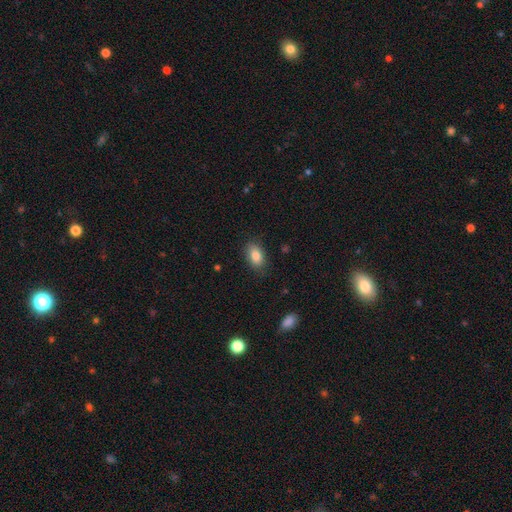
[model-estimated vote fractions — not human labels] Smooth or featured? smooth (85%)
How rounded? in between (88%)
Merging? none (82%)